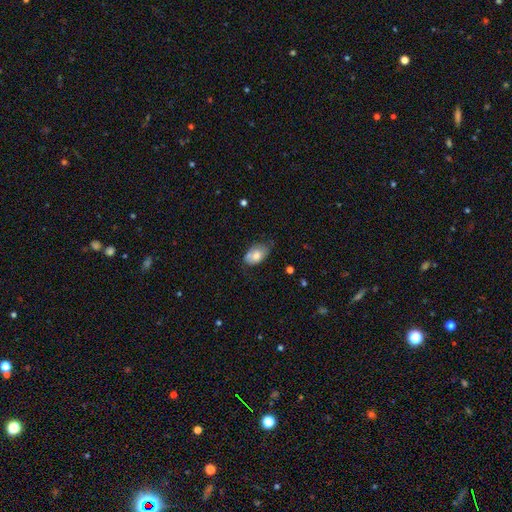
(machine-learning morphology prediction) A smooth galaxy with no disk features (73%) that is in between round and cigar-shaped (92%). Merging: none (55%).